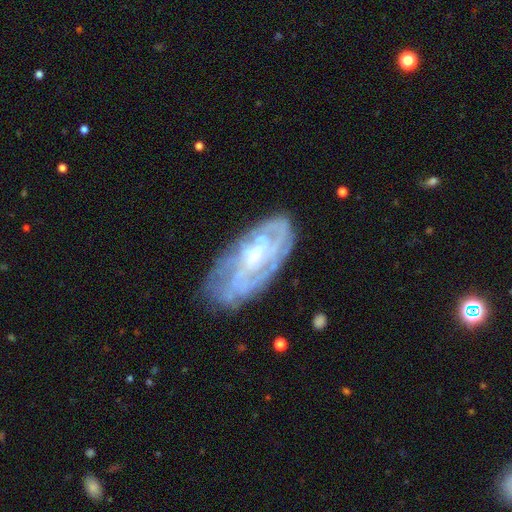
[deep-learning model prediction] Overall: featured or disk (77%). Edge-on disk: no (92%). Bar: no (64%; weak 29%). Spiral arms: yes (84%). Spiral arm count: can't tell (55%). Spiral winding: tight (65%; medium 28%). Bulge size: small (47%; moderate 31%). Merging: none (70%).